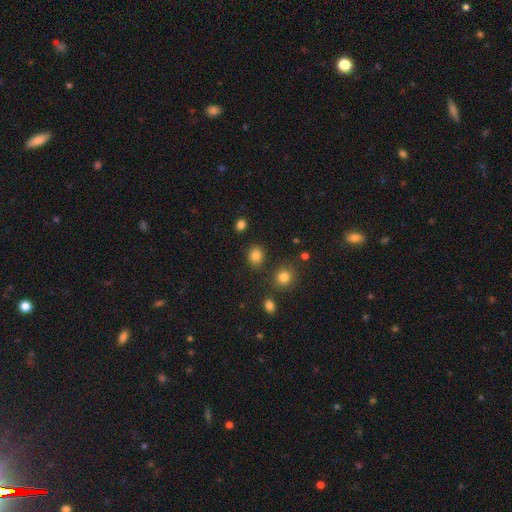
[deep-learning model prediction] smooth_or_featured: smooth (p=0.84) [alt: star or artifact p=0.12]
how_rounded: round (p=0.70) [alt: in between p=0.29]
merging: none (p=0.85) [alt: minor disturbance p=0.08]